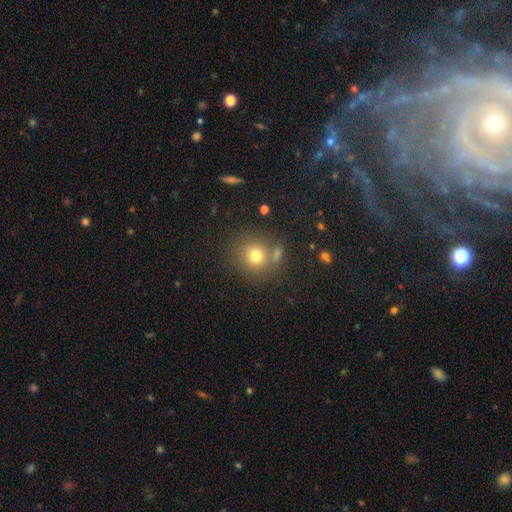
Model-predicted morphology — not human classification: A smooth galaxy with no disk features (74%) that is round (89%).

Vote fractions:
- Smooth or featured? smooth: 74% / star or artifact: 15% / featured or disk: 11%
- How rounded? round: 89% / in between: 10% / cigar-shaped: 1%
- Merging? none: 71% / merger: 14% / minor disturbance: 11% / major disturbance: 5%